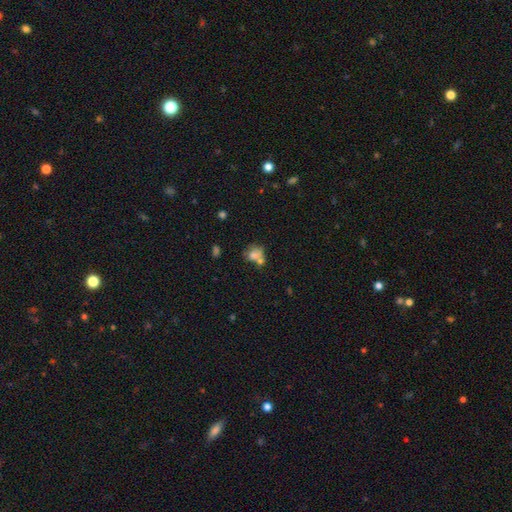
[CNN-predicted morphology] Smooth or featured: smooth — 71% (featured or disk — 17%)
How rounded: round — 57% (in between — 41%)
Merging: merger — 44% (none — 33%)